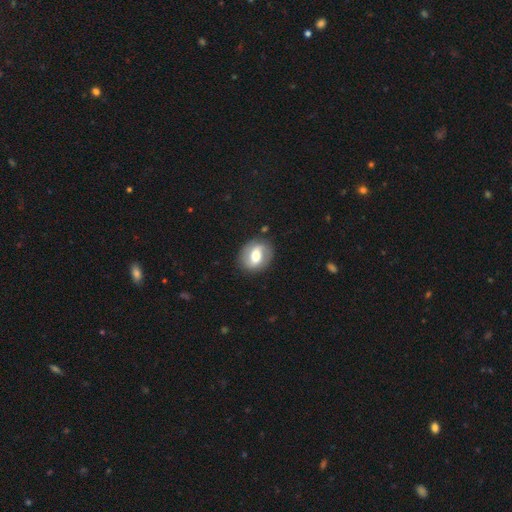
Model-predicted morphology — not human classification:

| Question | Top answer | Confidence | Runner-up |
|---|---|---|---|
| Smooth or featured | featured or disk | 56% | smooth (37%) |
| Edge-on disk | no | 96% | yes (4%) |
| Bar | weak | 42% | strong (34%) |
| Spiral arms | yes | 71% | no (29%) |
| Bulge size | moderate | 61% | large (23%) |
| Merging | none | 82% | minor disturbance (12%) |